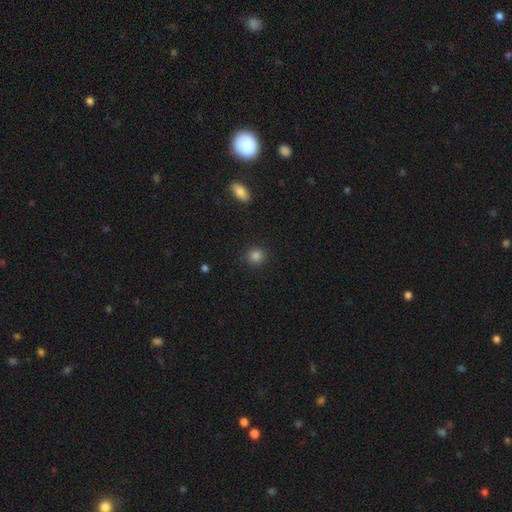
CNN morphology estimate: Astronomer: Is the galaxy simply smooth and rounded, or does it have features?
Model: smooth — 85%.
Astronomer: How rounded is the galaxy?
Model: round — 91%.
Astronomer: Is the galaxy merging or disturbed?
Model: none — 91%.